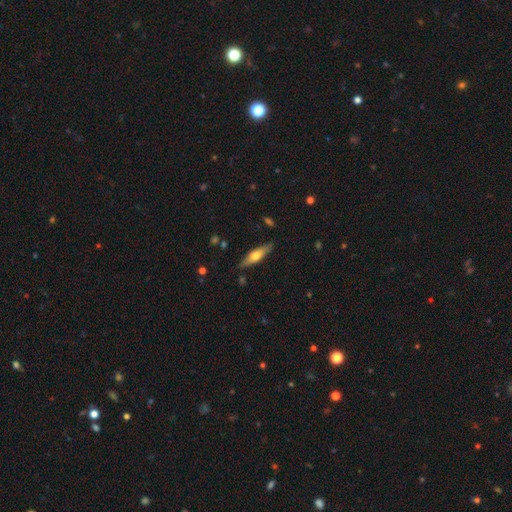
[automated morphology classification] A featured or disk galaxy (48%). Merging: none (86%).